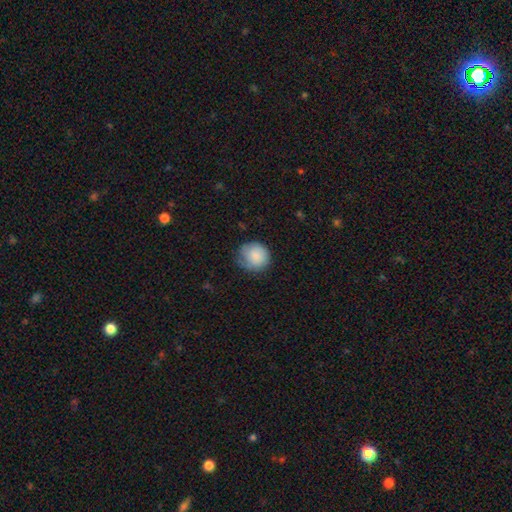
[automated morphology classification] Smooth or featured? Predicted: smooth (p=0.82). How rounded? Predicted: round (p=0.85). Merging? Predicted: none (p=0.65).